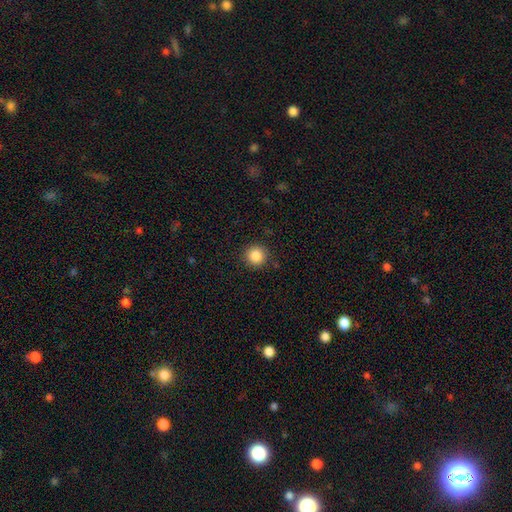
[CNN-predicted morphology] A smooth galaxy with no disk features (86%) that is round (95%).

Vote fractions:
- Smooth or featured? smooth: 86% / star or artifact: 10% / featured or disk: 4%
- How rounded? round: 95% / in between: 4% / cigar-shaped: 1%
- Merging? none: 90% / minor disturbance: 7% / major disturbance: 2% / merger: 1%